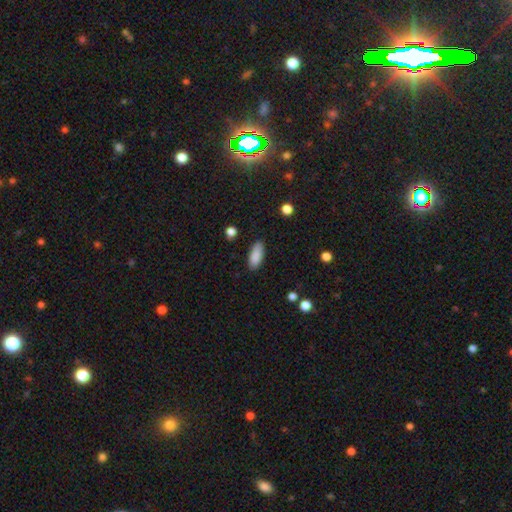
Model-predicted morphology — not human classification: Overall: smooth (88%). How rounded: in between (81%). Merging: none (86%).